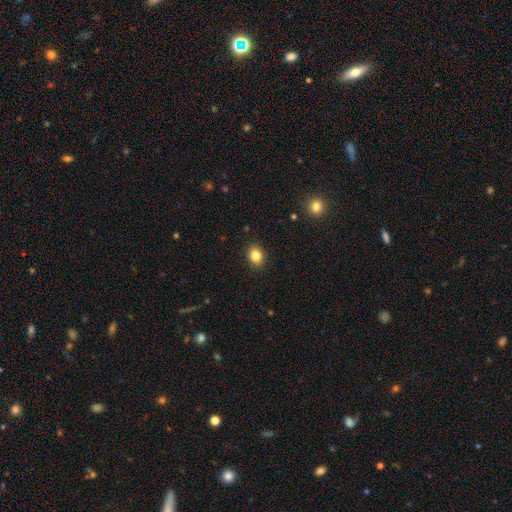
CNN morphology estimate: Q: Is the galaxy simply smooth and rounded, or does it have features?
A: smooth — 84%.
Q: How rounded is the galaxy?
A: in between — 56%.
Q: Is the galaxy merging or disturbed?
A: none — 90%.